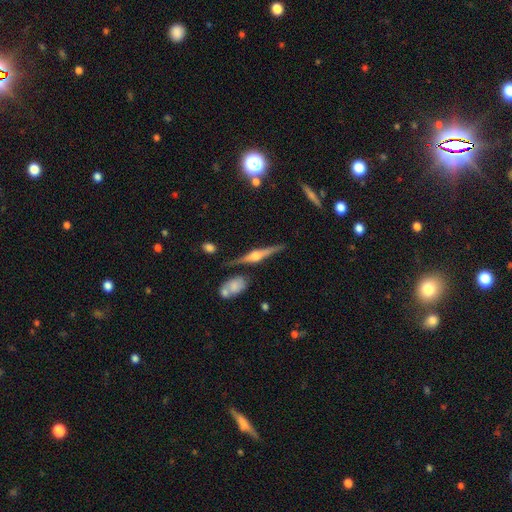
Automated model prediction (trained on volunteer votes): smooth-or-featured: featured or disk: 80% | smooth: 14% | star or artifact: 6%
  disk-edge-on: yes: 97% | no: 3%
    edge-on-bulge: rounded: 92% | boxy: 6% | none: 2%
  merging: none: 83% | minor disturbance: 10% | merger: 4% | major disturbance: 3%